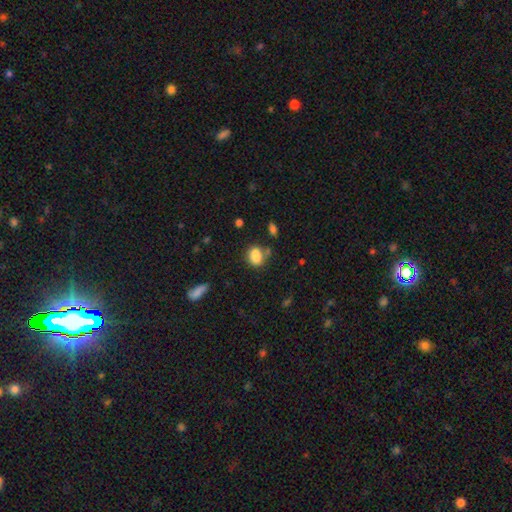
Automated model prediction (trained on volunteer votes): Smooth or featured: smooth — 82% (star or artifact — 10%)
How rounded: in between — 67% (round — 31%)
Merging: none — 51% (merger — 22%)